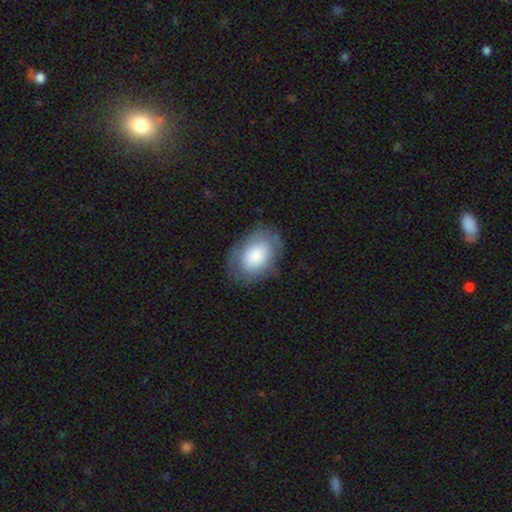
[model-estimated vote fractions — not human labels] Smooth or featured?
  - smooth: 75% *
  - featured or disk: 18%
  - star or artifact: 7%
How rounded?
  - in between: 80% *
  - round: 19%
  - cigar-shaped: 1%
Merging?
  - none: 75% *
  - minor disturbance: 17%
  - major disturbance: 7%
  - merger: 1%